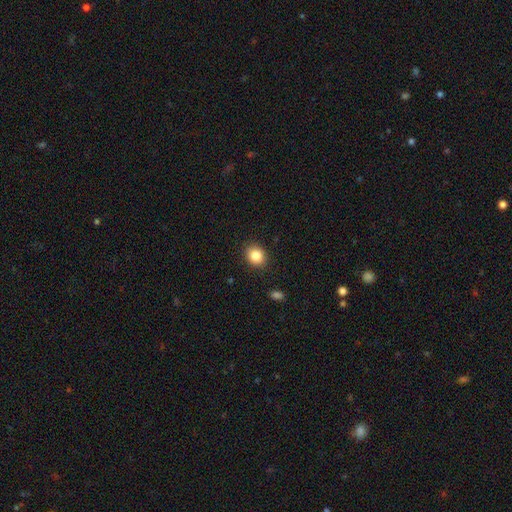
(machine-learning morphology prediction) Smooth or featured? smooth (85%)
How rounded? round (62%)
Merging? none (88%)